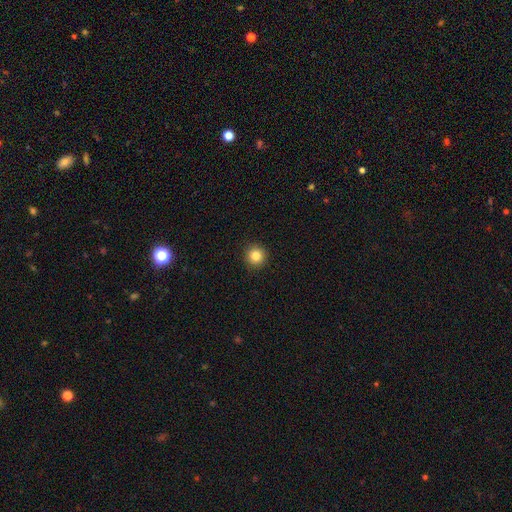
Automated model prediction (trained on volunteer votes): Morphology: type=smooth (84%); roundness=round (95%); merging=none (93%).